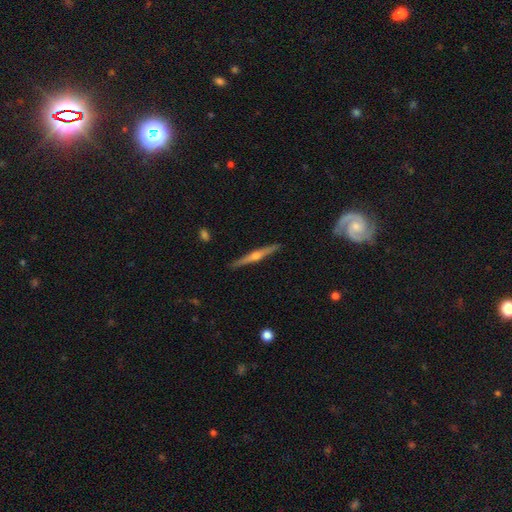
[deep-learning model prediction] A featured or disk galaxy (76%) viewed edge-on (98%) with a rounded central bulge (91%).

Vote fractions:
- Smooth or featured? featured or disk: 76% / smooth: 18% / star or artifact: 6%
- Edge-on disk? yes: 98% / no: 2%
- Edge-on bulge? rounded: 91% / none: 6% / boxy: 3%
- Merging? none: 91% / minor disturbance: 6% / major disturbance: 1% / merger: 1%